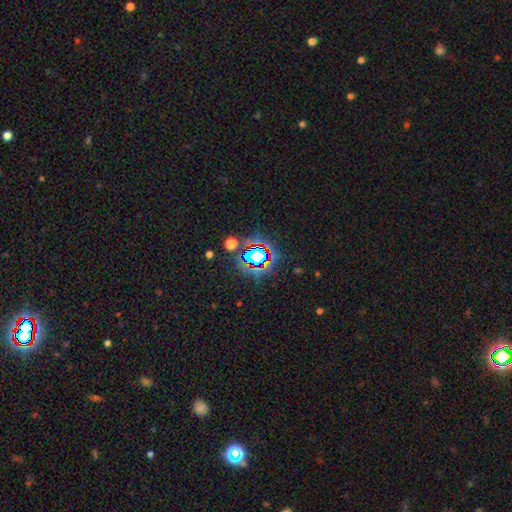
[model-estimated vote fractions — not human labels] star or artifact 65%, smooth 21%, featured or disk 14%.